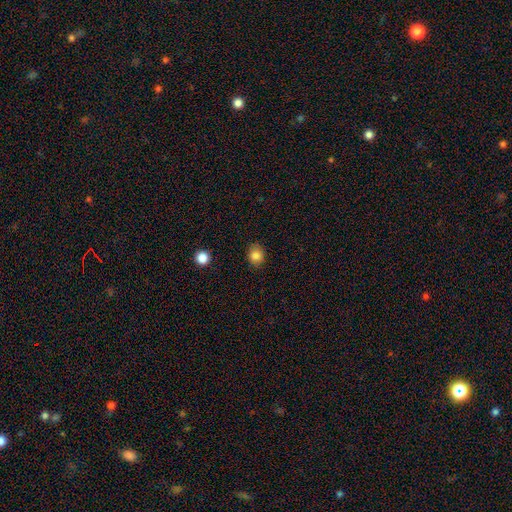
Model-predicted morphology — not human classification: Smooth or featured? Predicted: smooth (p=0.84). How rounded? Predicted: round (p=0.68). Merging? Predicted: none (p=0.86).